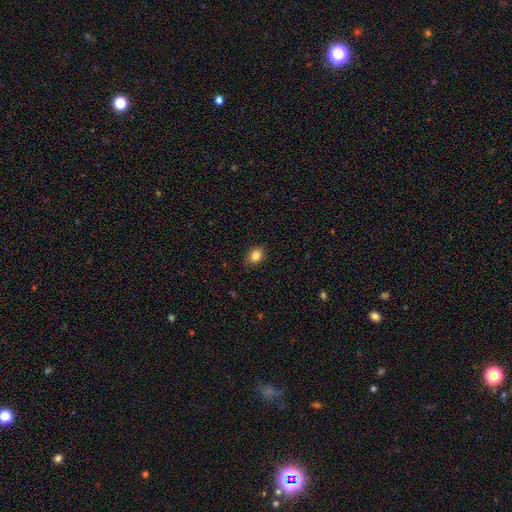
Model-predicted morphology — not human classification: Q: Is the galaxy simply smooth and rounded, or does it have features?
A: smooth — 84%.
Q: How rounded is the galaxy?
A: in between — 67%.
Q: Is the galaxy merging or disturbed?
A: none — 84%.